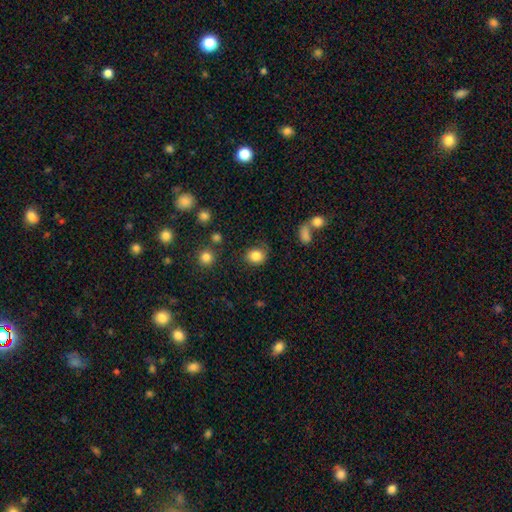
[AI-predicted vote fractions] This is clearly a smooth galaxy (84%). How rounded: likely round (66%). Merging: likely none (77%).